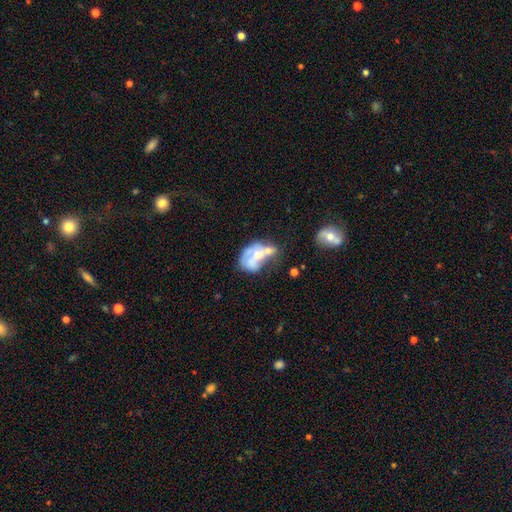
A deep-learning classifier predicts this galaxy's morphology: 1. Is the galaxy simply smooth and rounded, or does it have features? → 56% featured or disk, 35% smooth, 9% star or artifact.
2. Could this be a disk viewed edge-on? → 98% no, 2% yes.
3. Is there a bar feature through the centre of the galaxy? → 83% no, 13% weak, 4% strong.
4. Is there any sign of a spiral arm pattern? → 78% no, 22% yes.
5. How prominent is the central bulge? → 36% moderate, 32% none, 21% small, 8% large, 2% dominant.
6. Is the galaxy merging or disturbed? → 40% merger, 26% major disturbance, 18% none, 16% minor disturbance.